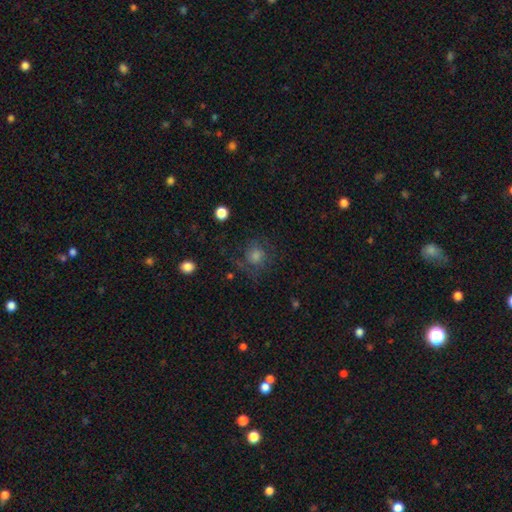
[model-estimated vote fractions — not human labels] Smooth or featured? smooth (46%)
Merging? none (67%)